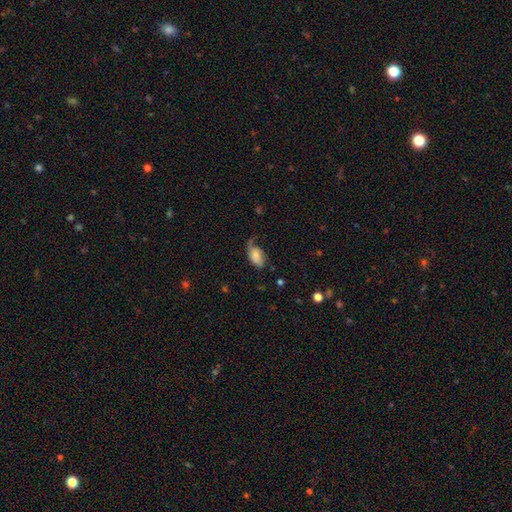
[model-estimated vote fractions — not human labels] A smooth galaxy with no disk features (60%) that is in between round and cigar-shaped (92%).

Vote fractions:
- Smooth or featured? smooth: 60% / featured or disk: 32% / star or artifact: 8%
- How rounded? in between: 92% / round: 5% / cigar-shaped: 3%
- Merging? none: 38% / minor disturbance: 35% / major disturbance: 25% / merger: 3%